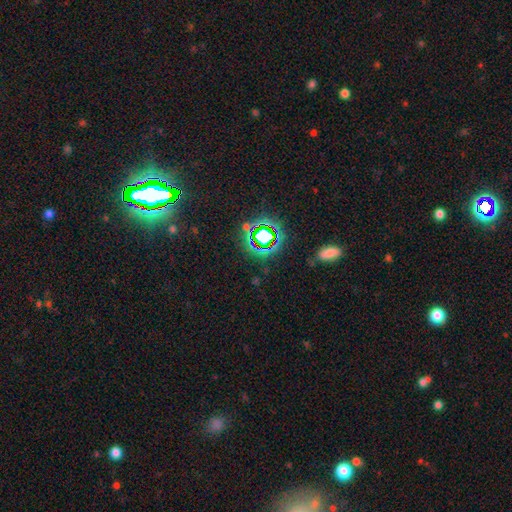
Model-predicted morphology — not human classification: A star or artifact, not a galaxy (79%).